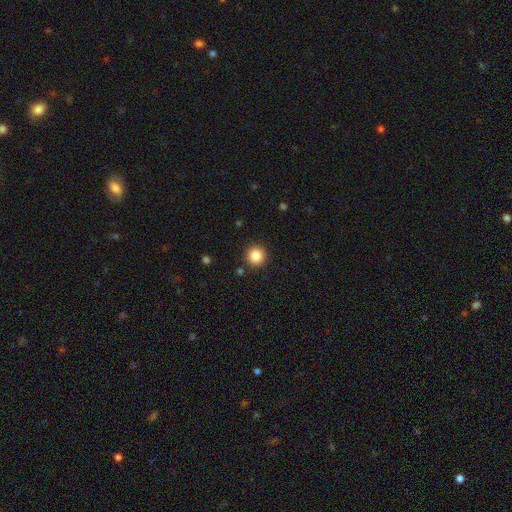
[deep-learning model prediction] smooth-or-featured: smooth: 85% | star or artifact: 10% | featured or disk: 4%
  how-rounded: round: 95% | in between: 4% | cigar-shaped: 1%
  merging: none: 91% | minor disturbance: 5% | major disturbance: 2% | merger: 2%